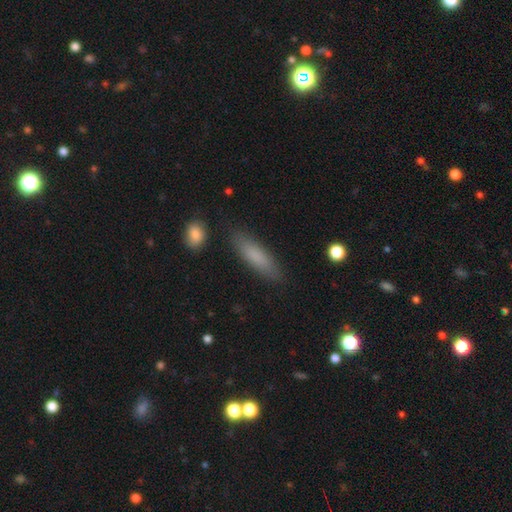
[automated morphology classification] Smooth or featured: smooth — 81% (featured or disk — 12%)
How rounded: cigar-shaped — 63% (in between — 35%)
Merging: none — 86% (minor disturbance — 10%)